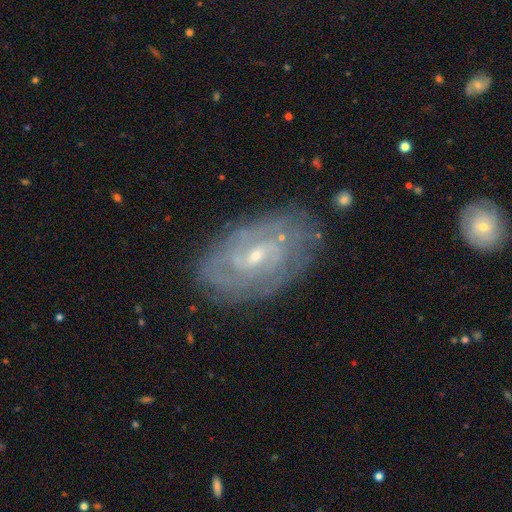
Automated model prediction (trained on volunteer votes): Smooth or featured? Predicted: featured or disk (p=0.84). Edge-on disk? Predicted: no (p=0.95). Bar? Predicted: weak (p=0.51). Spiral arms? Predicted: yes (p=0.93). Spiral winding? Predicted: tight (p=0.65). Spiral arm count? Predicted: 2 (p=0.39). Bulge size? Predicted: small (p=0.65). Merging? Predicted: none (p=0.79).